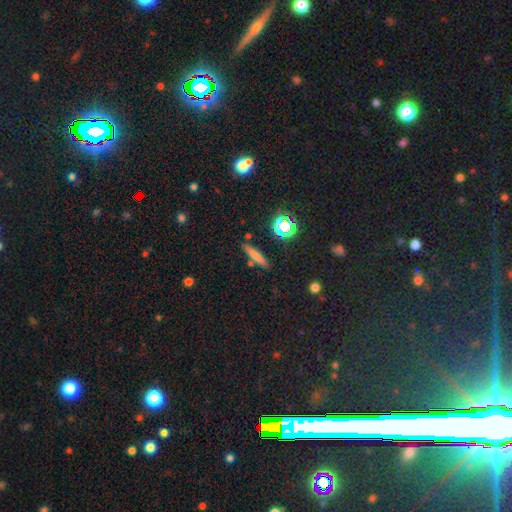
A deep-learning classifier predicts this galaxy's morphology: Overall: smooth (69%). How rounded: cigar-shaped (85%). Merging: none (83%).